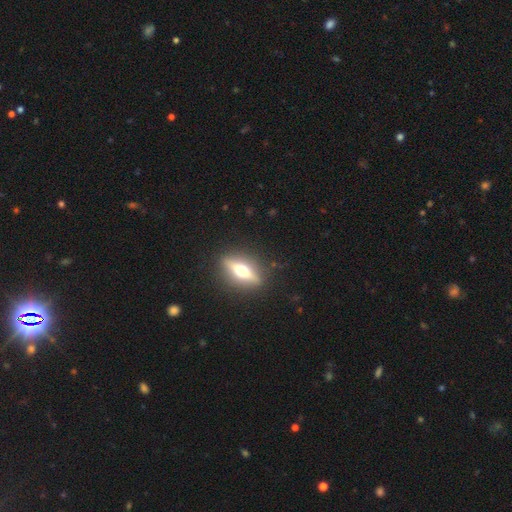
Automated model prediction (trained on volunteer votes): This is possibly a featured or disk galaxy (47%). Merging: clearly none (86%).